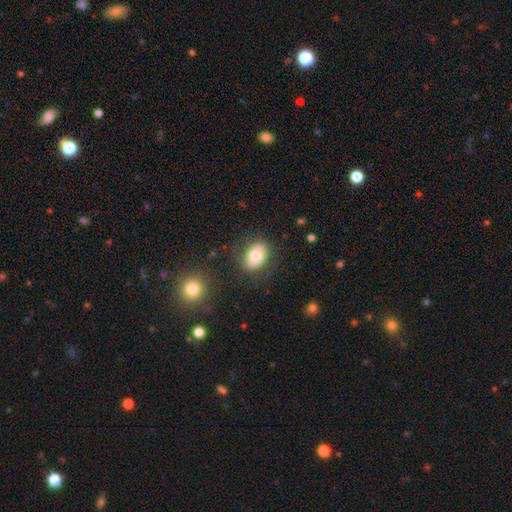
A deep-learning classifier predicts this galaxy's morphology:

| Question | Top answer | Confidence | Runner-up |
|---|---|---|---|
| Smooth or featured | smooth | 71% | featured or disk (21%) |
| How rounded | in between | 70% | round (29%) |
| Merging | none | 78% | minor disturbance (14%) |